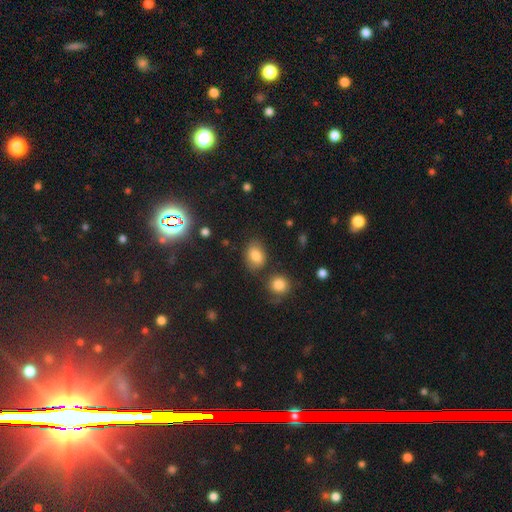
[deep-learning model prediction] Morphology: type=smooth (80%); roundness=in between (72%); merging=none (74%).